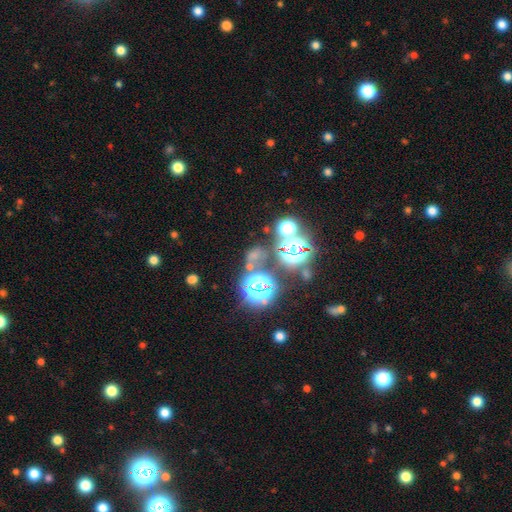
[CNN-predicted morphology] Overall: star or artifact (57%; smooth 32%).